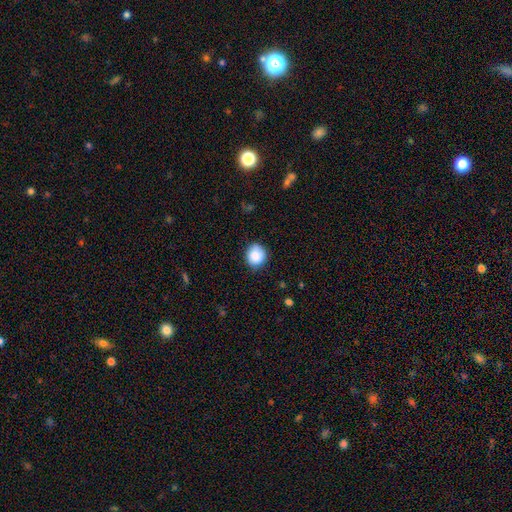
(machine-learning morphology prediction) Overall: smooth (87%). How rounded: round (80%). Merging: none (80%).